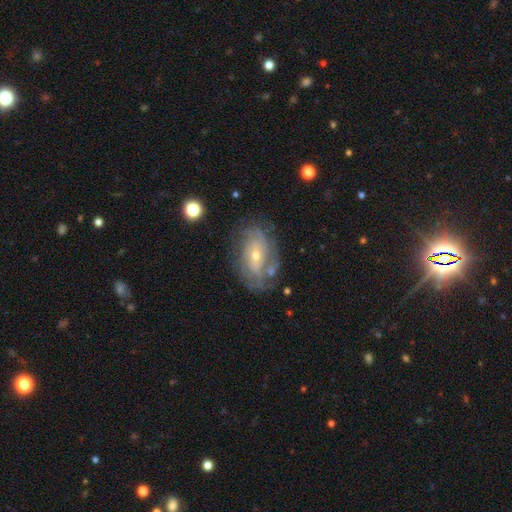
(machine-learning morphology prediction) A featured or disk galaxy (78%) with no bar (61%), tight (56%) spiral arms (86%) and a small central bulge (60%).

Vote fractions:
- Smooth or featured? featured or disk: 78% / smooth: 15% / star or artifact: 8%
- Edge-on disk? no: 95% / yes: 5%
- Bar? no: 61% / weak: 30% / strong: 9%
- Spiral arms? yes: 86% / no: 14%
- Spiral winding? tight: 56% / medium: 32% / loose: 13%
- Spiral arm count? can't tell: 46% / 2: 24% / 3: 13% / 4: 8% / 1: 5% / more than 4: 4%
- Bulge size? small: 60% / moderate: 37% / large: 1% / none: 1% / dominant: 1%
- Merging? none: 68% / minor disturbance: 19% / major disturbance: 9% / merger: 4%